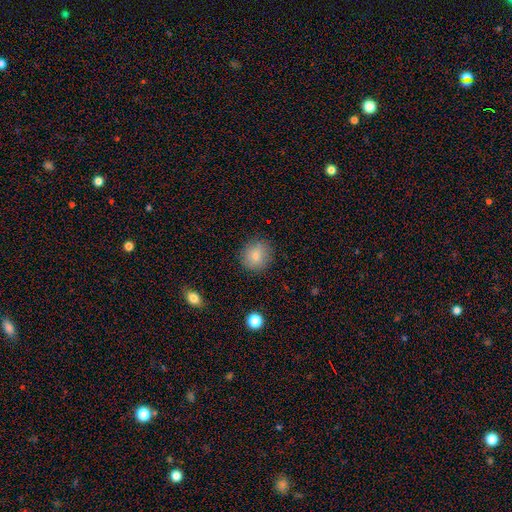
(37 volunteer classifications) smooth 84%, featured or disk 11%, star or artifact 5%. Down the decision tree: how rounded — round (97%); merging — none (86%).